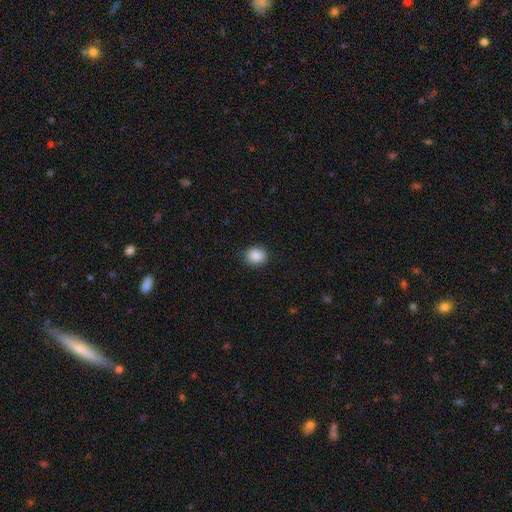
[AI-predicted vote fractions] This appears to be a smooth galaxy with no disk features (89%) that is round (68%). Merging: none (88%).